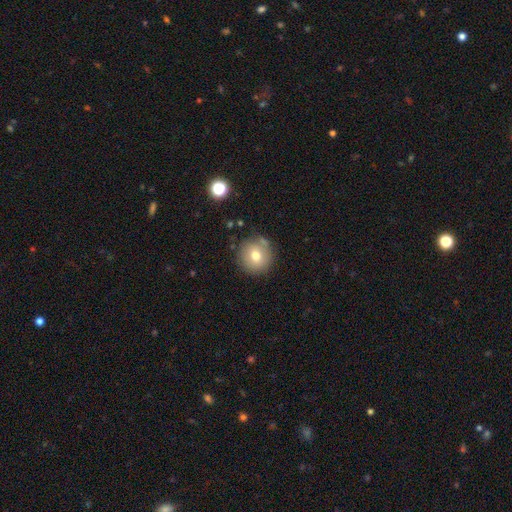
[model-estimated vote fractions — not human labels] Smooth or featured? smooth (73%)
How rounded? round (93%)
Merging? none (78%)